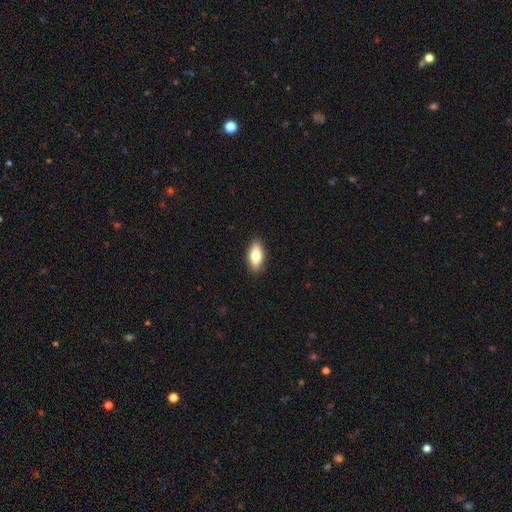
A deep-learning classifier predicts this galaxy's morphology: This is likely a smooth galaxy (74%). How rounded: clearly in between (82%). Merging: clearly none (89%).